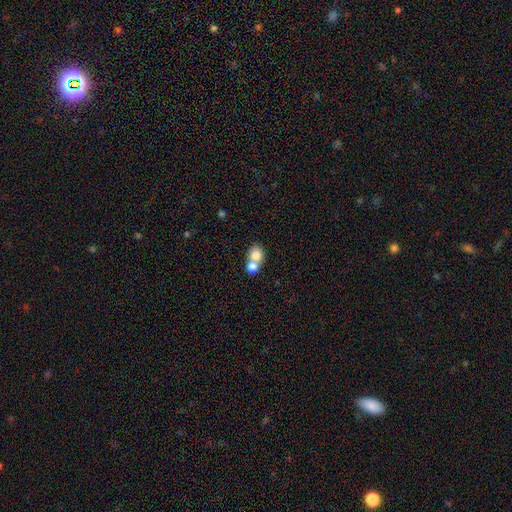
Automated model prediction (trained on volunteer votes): Morphology: type=smooth (78%); roundness=round (67%); merging=merger (59%).